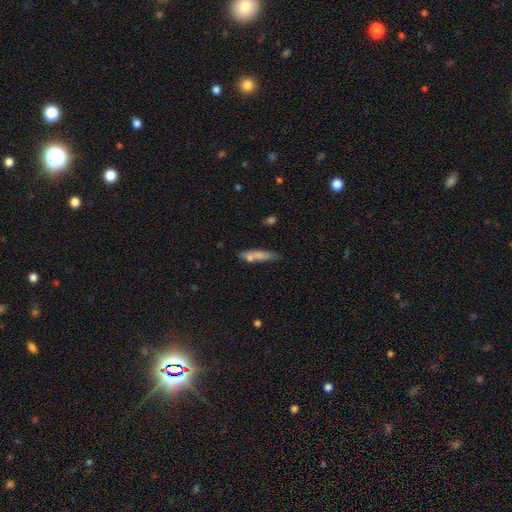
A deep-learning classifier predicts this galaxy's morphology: Smooth or featured? smooth (71%)
How rounded? cigar-shaped (78%)
Merging? none (64%)